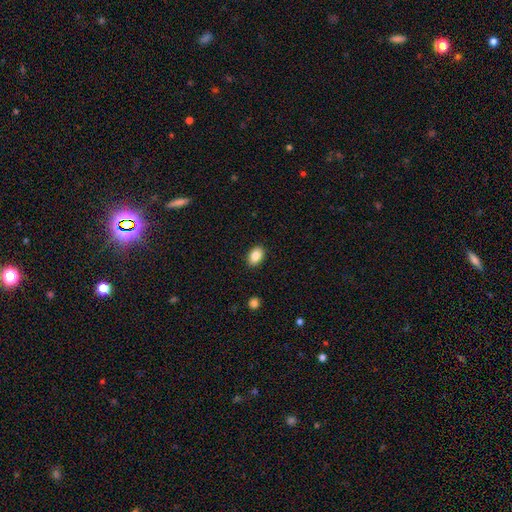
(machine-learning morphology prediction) The model was most divided on "how rounded": in between: 84%, round: 15%, cigar-shaped: 1%. More confident: merging — none (89%); smooth or featured — smooth (85%).